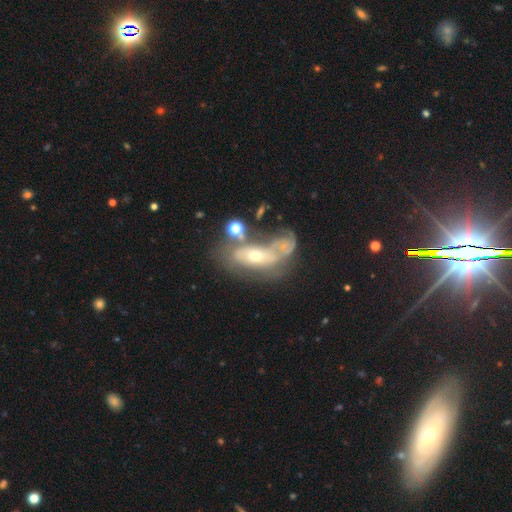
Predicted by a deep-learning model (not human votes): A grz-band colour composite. It shows a featured or disk galaxy (63%) with no bar (74%), no spiral arms (57%) and a small central bulge (49%). Merging: merger (32%).